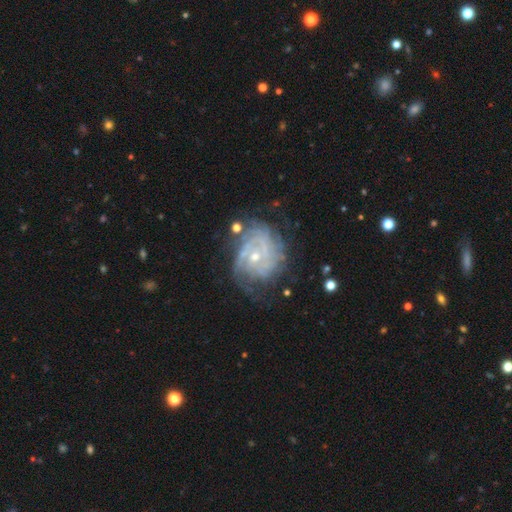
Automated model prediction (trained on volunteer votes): Smooth or featured: featured or disk — 84% (smooth — 8%)
Edge-on disk: no — 97% (yes — 3%)
Bar: no — 68% (weak — 26%)
Spiral arms: yes — 92% (no — 8%)
Spiral winding: tight — 68% (medium — 24%)
Spiral arm count: can't tell — 42% (3 — 16%)
Bulge size: small — 66% (moderate — 30%)
Merging: none — 60% (minor disturbance — 22%)